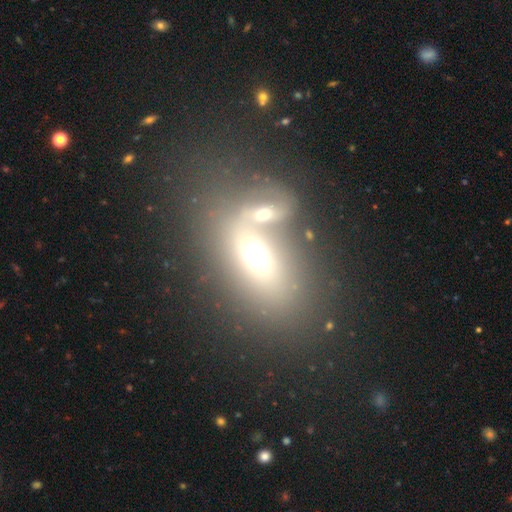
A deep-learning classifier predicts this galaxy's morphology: Smooth or featured: smooth — 54% (featured or disk — 33%)
How rounded: in between — 79% (round — 13%)
Merging: merger — 54% (none — 28%)